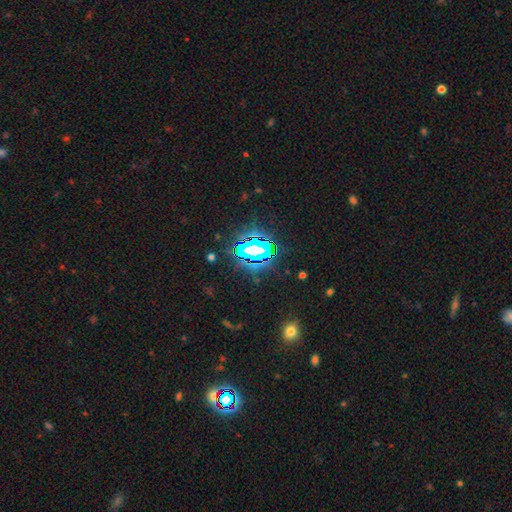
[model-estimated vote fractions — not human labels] Morphology: type=star or artifact (79%).